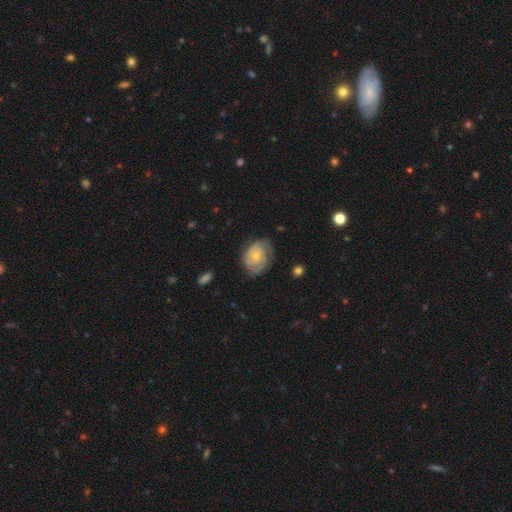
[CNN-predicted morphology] Smooth or featured: featured or disk — 77% (smooth — 17%)
Edge-on disk: no — 97% (yes — 3%)
Bar: no — 75% (weak — 21%)
Spiral arms: yes — 93% (no — 7%)
Spiral winding: tight — 66% (medium — 27%)
Spiral arm count: 2 — 43% (can't tell — 26%)
Bulge size: small — 49% (moderate — 46%)
Merging: none — 68% (minor disturbance — 22%)